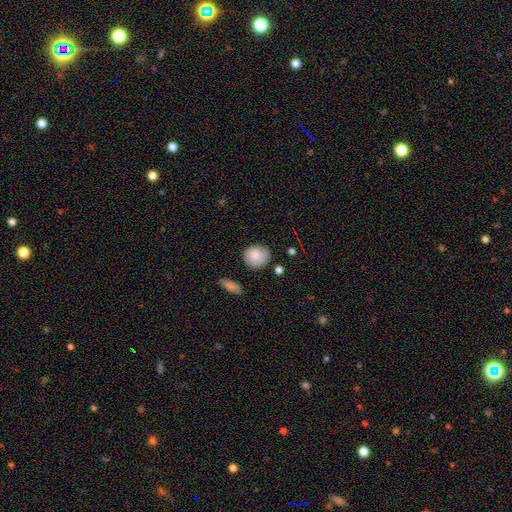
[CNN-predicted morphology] smooth-or-featured: smooth: 85% | featured or disk: 8% | star or artifact: 7%
  how-rounded: round: 76% | in between: 22% | cigar-shaped: 1%
  merging: none: 76% | minor disturbance: 18% | major disturbance: 4% | merger: 3%